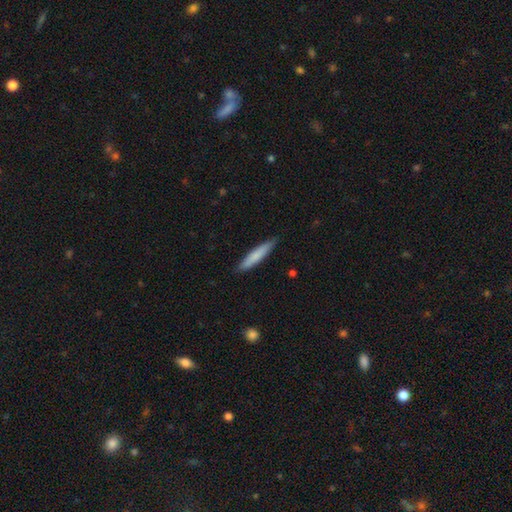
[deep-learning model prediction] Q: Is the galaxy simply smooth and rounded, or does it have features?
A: smooth — 77%.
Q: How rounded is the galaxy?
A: cigar-shaped — 91%.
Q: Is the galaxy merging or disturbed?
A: none — 87%.